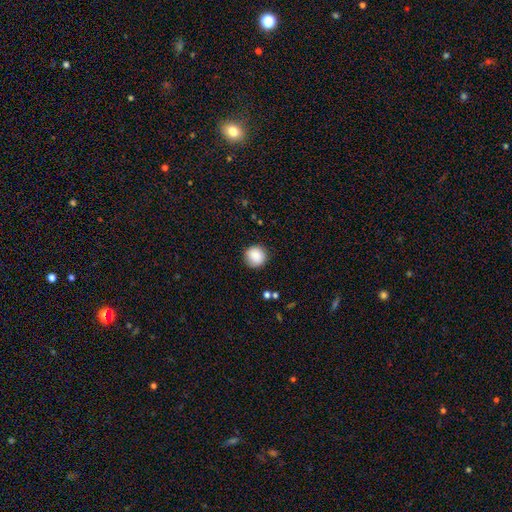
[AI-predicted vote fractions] smooth_or_featured: smooth (p=0.87) [alt: star or artifact p=0.08]
how_rounded: round (p=0.94) [alt: in between p=0.05]
merging: none (p=0.89) [alt: minor disturbance p=0.08]